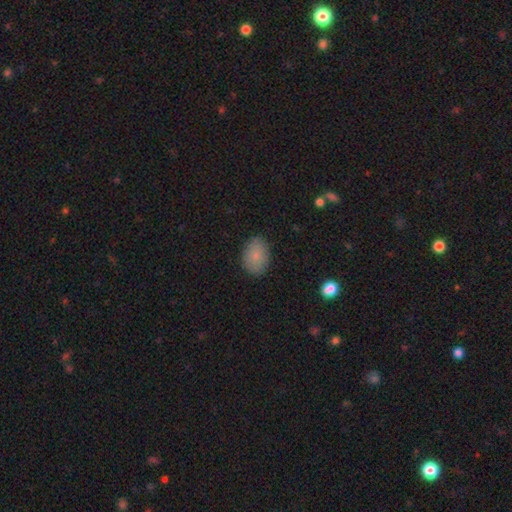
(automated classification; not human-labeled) A smooth galaxy with no disk features (84%) that is in between round and cigar-shaped (77%).

Vote fractions:
- Smooth or featured? smooth: 84% / featured or disk: 8% / star or artifact: 8%
- How rounded? in between: 77% / round: 22% / cigar-shaped: 1%
- Merging? none: 84% / minor disturbance: 13% / major disturbance: 3% / merger: 1%